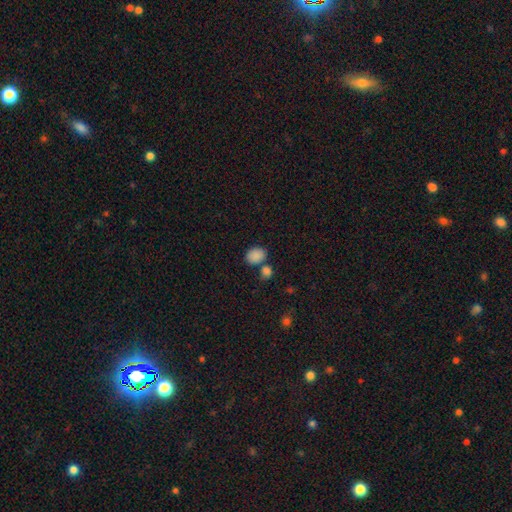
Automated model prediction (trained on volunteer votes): This is clearly a smooth galaxy (87%). How rounded: likely in between (66%). Merging: likely none (62%).